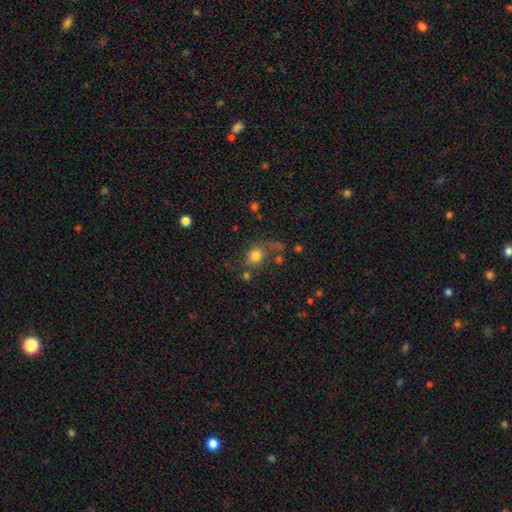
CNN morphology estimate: smooth-or-featured: smooth: 75% | featured or disk: 13% | star or artifact: 12%
  how-rounded: round: 71% | in between: 28% | cigar-shaped: 1%
  merging: none: 56% | minor disturbance: 16% | major disturbance: 16% | merger: 12%